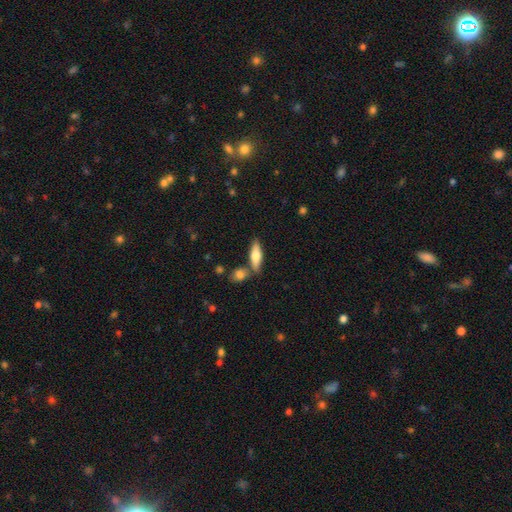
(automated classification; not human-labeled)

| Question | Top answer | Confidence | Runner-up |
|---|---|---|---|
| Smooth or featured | smooth | 58% | featured or disk (36%) |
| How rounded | in between | 49% | cigar-shaped (48%) |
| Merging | none | 71% | merger (14%) |